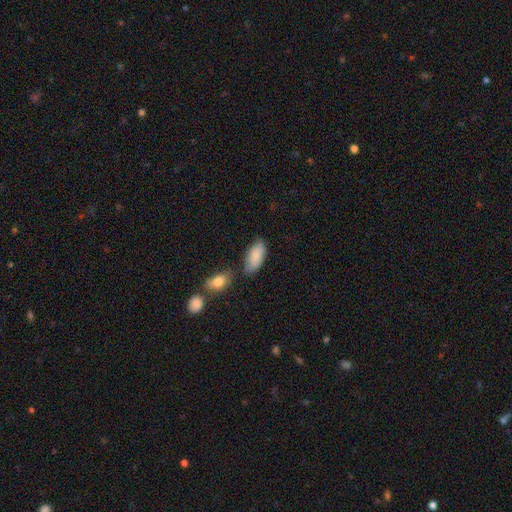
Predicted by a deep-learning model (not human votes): Q: Smooth or featured?
A: smooth (85%); runner-up: featured or disk (9%)
Q: How rounded?
A: in between (90%); runner-up: cigar-shaped (8%)
Q: Merging?
A: none (62%); runner-up: minor disturbance (21%)